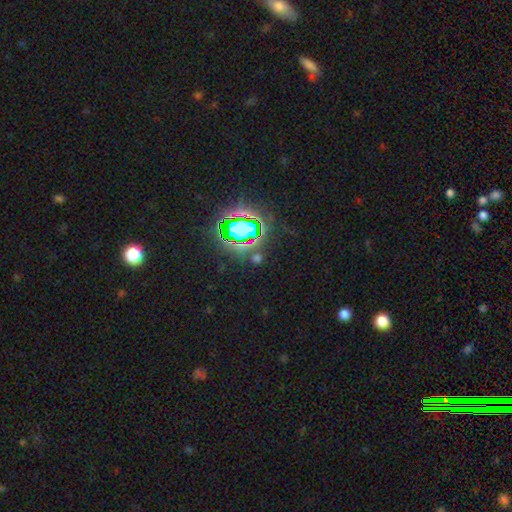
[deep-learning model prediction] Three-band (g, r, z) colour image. It shows a star or artifact, not a galaxy (71%).